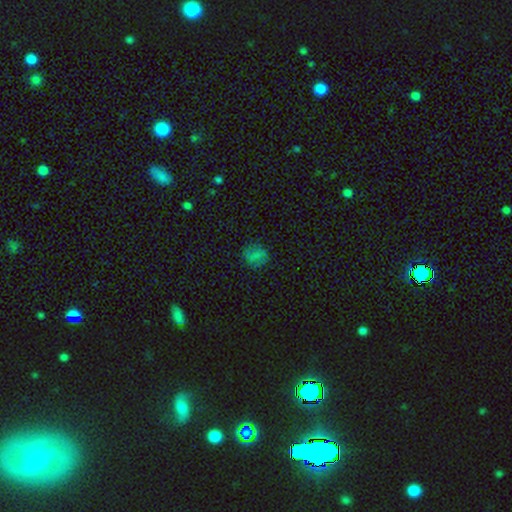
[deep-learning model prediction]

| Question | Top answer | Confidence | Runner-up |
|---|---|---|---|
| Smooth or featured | smooth | 66% | star or artifact (20%) |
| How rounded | round | 77% | in between (21%) |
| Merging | none | 78% | minor disturbance (15%) |